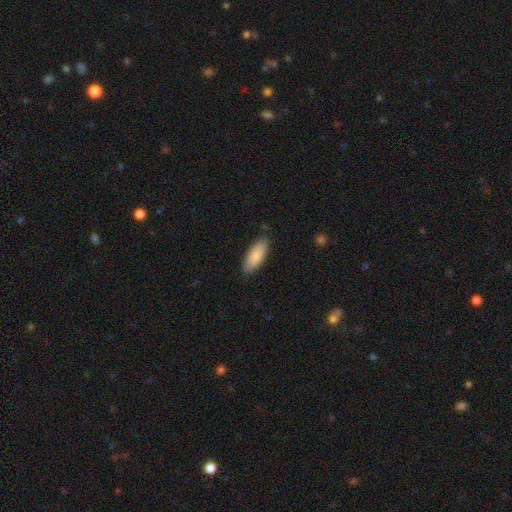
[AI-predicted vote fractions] Smooth or featured: smooth — 85% (featured or disk — 9%)
How rounded: in between — 77% (cigar-shaped — 21%)
Merging: none — 83% (minor disturbance — 13%)